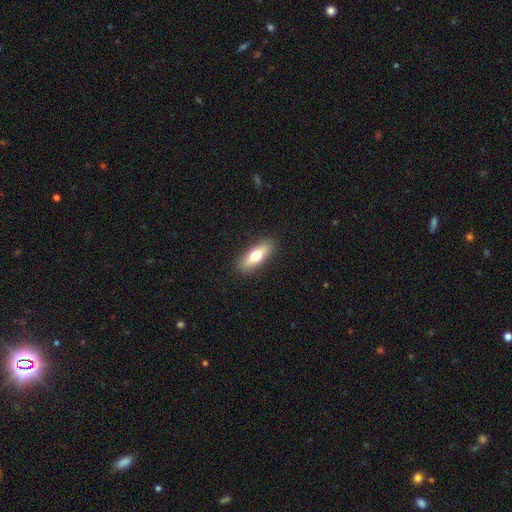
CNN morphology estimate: type=smooth (65%); roundness=in between (50%); merging=none (89%).